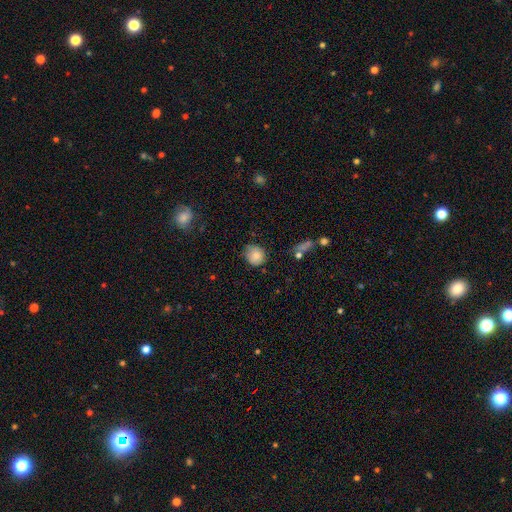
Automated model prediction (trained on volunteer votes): A smooth galaxy with no disk features (80%) that is round (84%).

Vote fractions:
- Smooth or featured? smooth: 80% / featured or disk: 11% / star or artifact: 9%
- How rounded? round: 84% / in between: 15% / cigar-shaped: 1%
- Merging? none: 66% / minor disturbance: 26% / major disturbance: 5% / merger: 2%